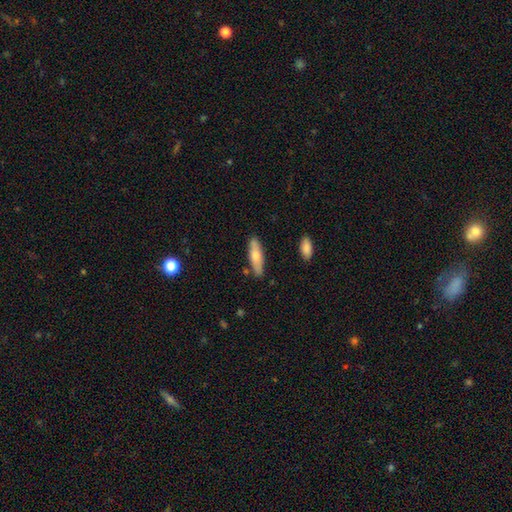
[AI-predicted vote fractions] smooth 68%, featured or disk 27%, star or artifact 6%. Down the decision tree: how rounded — cigar-shaped (55%); merging — none (83%).